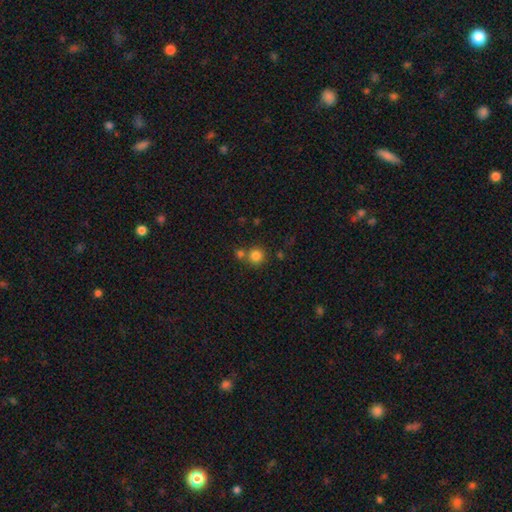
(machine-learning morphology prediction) smooth 82%, star or artifact 12%, featured or disk 6%. Down the decision tree: how rounded — round (93%); merging — none (65%).